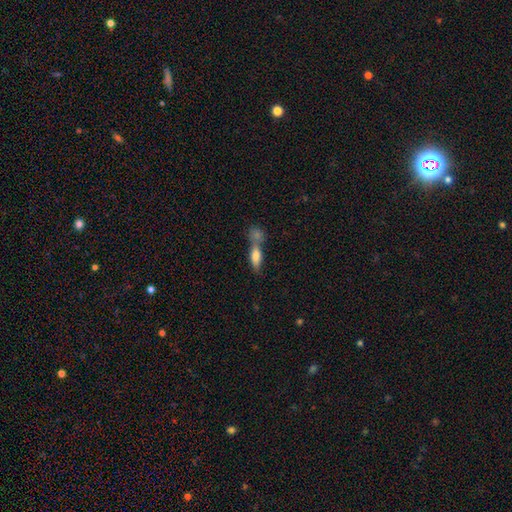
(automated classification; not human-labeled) Smooth or featured? smooth (76%)
How rounded? in between (60%)
Merging? merger (49%)